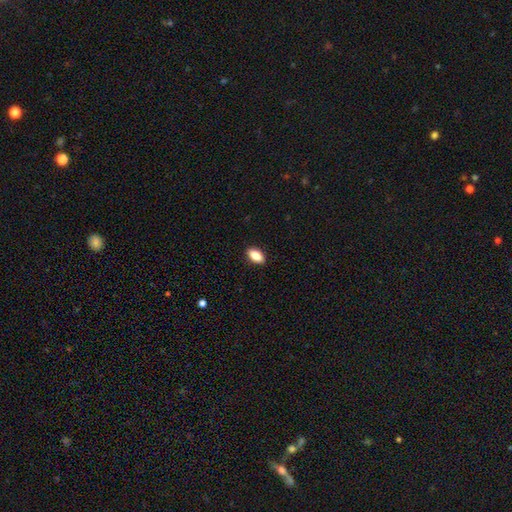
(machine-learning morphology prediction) The model was most divided on "smooth or featured": smooth: 87%, star or artifact: 7%, featured or disk: 6%. More confident: how rounded — in between (91%); merging — none (90%).